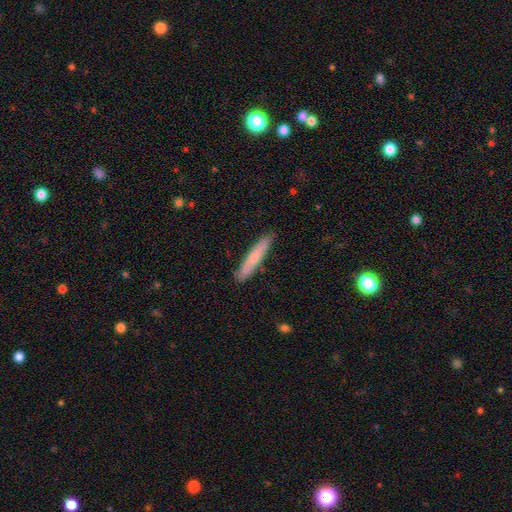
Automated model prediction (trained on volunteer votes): This appears to be a smooth galaxy with no disk features (72%) that is cigar-shaped (93%). Merging: none (88%).